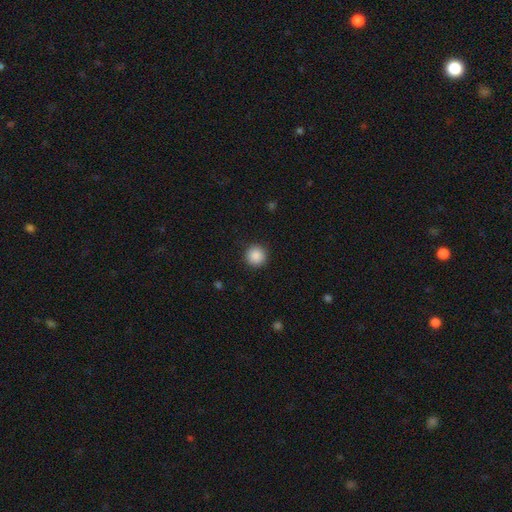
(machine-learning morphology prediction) Smooth or featured?
  - smooth: 88% *
  - star or artifact: 9%
  - featured or disk: 3%
How rounded?
  - round: 96% *
  - in between: 3%
  - cigar-shaped: 1%
Merging?
  - none: 92% *
  - minor disturbance: 5%
  - major disturbance: 2%
  - merger: 1%